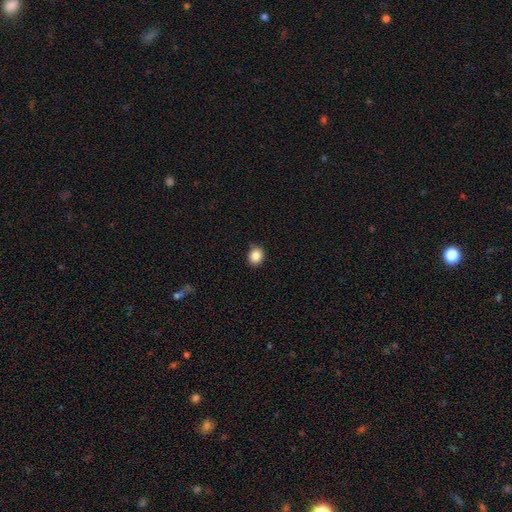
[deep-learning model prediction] Overall: smooth (86%). How rounded: round (70%). Merging: none (87%).